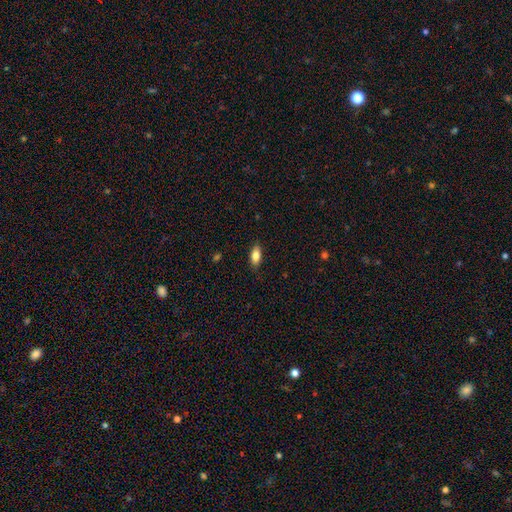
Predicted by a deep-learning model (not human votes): Smooth or featured?
  - smooth: 84% *
  - featured or disk: 9%
  - star or artifact: 7%
How rounded?
  - in between: 85% *
  - cigar-shaped: 11%
  - round: 3%
Merging?
  - none: 85% *
  - minor disturbance: 11%
  - major disturbance: 2%
  - merger: 1%